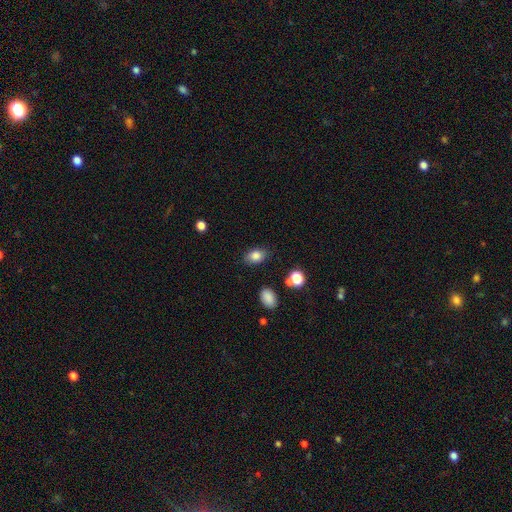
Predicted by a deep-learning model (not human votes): Smooth or featured?
  - smooth: 83% *
  - star or artifact: 10%
  - featured or disk: 7%
How rounded?
  - in between: 79% *
  - round: 20%
  - cigar-shaped: 1%
Merging?
  - none: 82% *
  - minor disturbance: 12%
  - major disturbance: 3%
  - merger: 2%